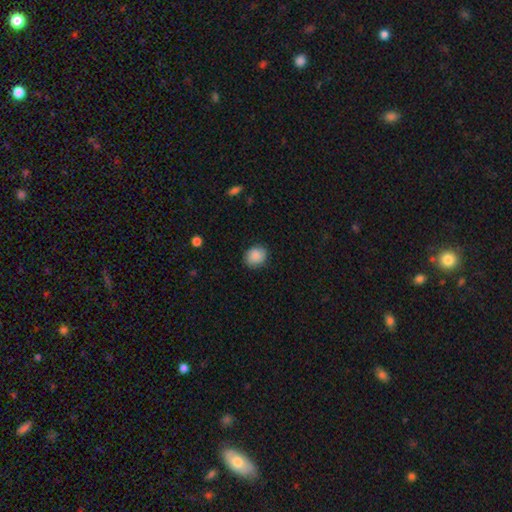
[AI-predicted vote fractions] A smooth galaxy with no disk features (87%) that is round (67%).

Vote fractions:
- Smooth or featured? smooth: 87% / star or artifact: 7% / featured or disk: 6%
- How rounded? round: 67% / in between: 32% / cigar-shaped: 1%
- Merging? none: 85% / minor disturbance: 11% / major disturbance: 3% / merger: 1%